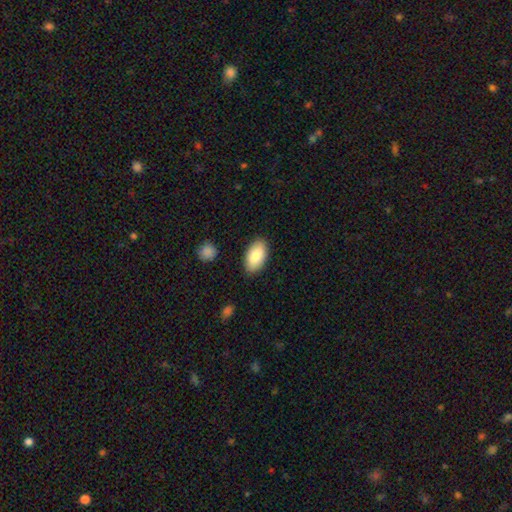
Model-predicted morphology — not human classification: This is clearly a smooth galaxy (84%). How rounded: clearly in between (95%). Merging: clearly none (87%).